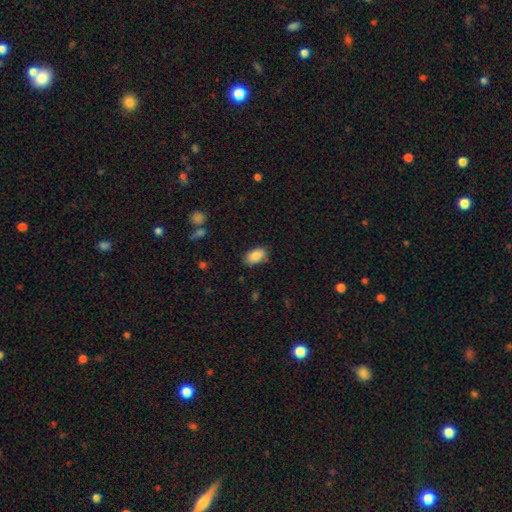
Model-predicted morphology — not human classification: A smooth galaxy with no disk features (87%) that is in between round and cigar-shaped (93%).

Vote fractions:
- Smooth or featured? smooth: 87% / star or artifact: 7% / featured or disk: 6%
- How rounded? in between: 93% / round: 5% / cigar-shaped: 2%
- Merging? none: 79% / minor disturbance: 16% / major disturbance: 3% / merger: 2%